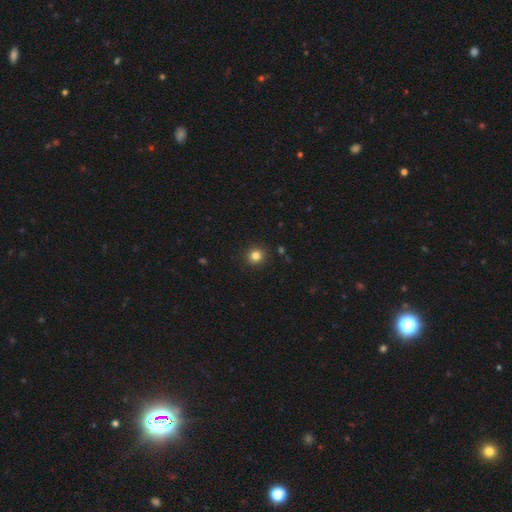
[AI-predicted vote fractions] Overall: smooth (82%). How rounded: round (92%). Merging: none (92%).